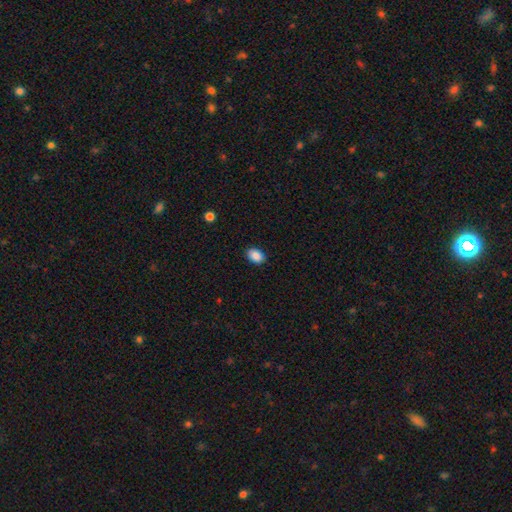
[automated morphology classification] Smooth or featured?
  - smooth: 88% *
  - star or artifact: 8%
  - featured or disk: 4%
How rounded?
  - in between: 77% *
  - round: 22%
  - cigar-shaped: 1%
Merging?
  - none: 89% *
  - minor disturbance: 8%
  - major disturbance: 2%
  - merger: 1%